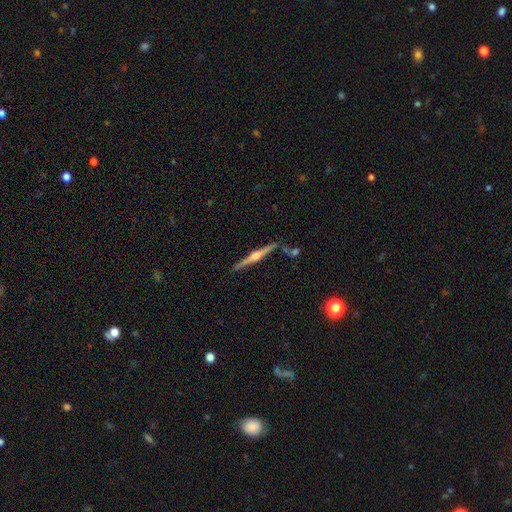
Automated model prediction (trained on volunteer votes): featured or disk 83%, smooth 11%, star or artifact 6%. Down the decision tree: edge-on disk — yes (98%); edge-on bulge — rounded (91%); merging — none (86%).